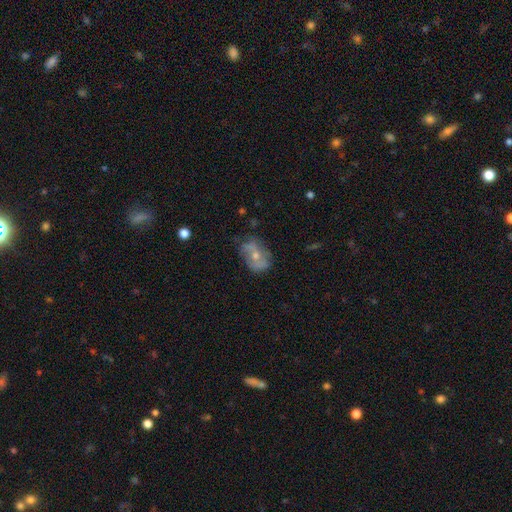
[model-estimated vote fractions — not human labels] smooth_or_featured: featured or disk (p=0.53) [alt: smooth p=0.37]
disk_edge_on: no (p=0.95) [alt: yes p=0.05]
bar: no (p=0.68) [alt: weak p=0.23]
has_spiral_arms: yes (p=0.57) [alt: no p=0.43]
bulge_size: moderate (p=0.52) [alt: small p=0.43]
merging: none (p=0.57) [alt: minor disturbance p=0.28]